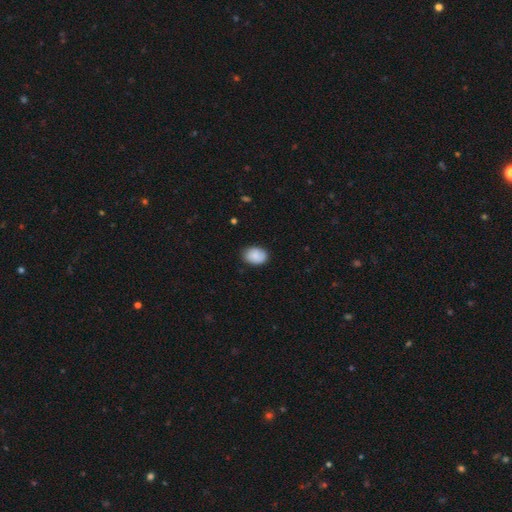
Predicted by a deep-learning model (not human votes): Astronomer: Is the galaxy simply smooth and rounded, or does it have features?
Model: smooth — 86%.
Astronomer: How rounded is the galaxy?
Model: in between — 72%.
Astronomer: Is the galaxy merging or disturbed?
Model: none — 84%.